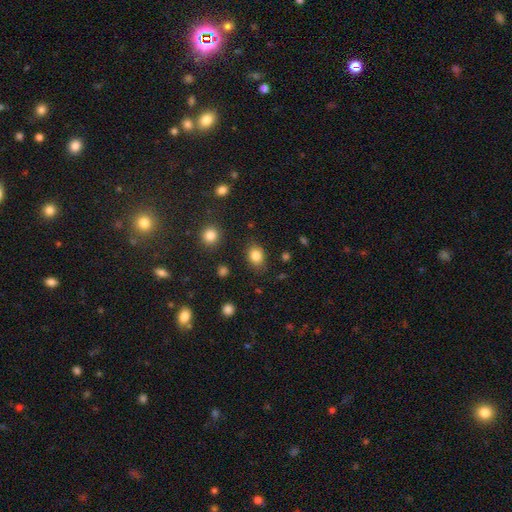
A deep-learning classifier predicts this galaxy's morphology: type=smooth (84%); roundness=in between (64%); merging=none (82%).